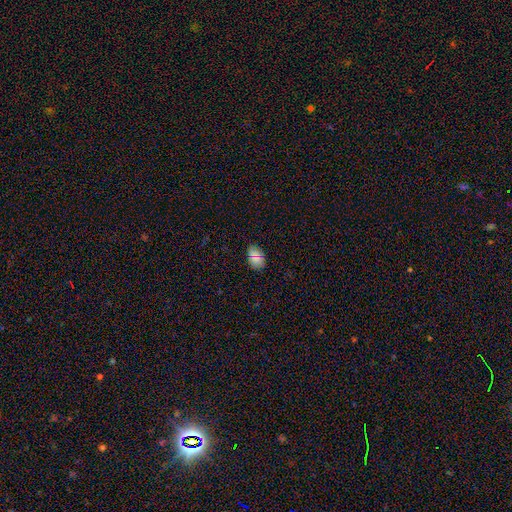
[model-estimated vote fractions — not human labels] smooth_or_featured: smooth (p=0.74) [alt: star or artifact p=0.19]
how_rounded: in between (p=0.86) [alt: round p=0.12]
merging: none (p=0.84) [alt: minor disturbance p=0.11]